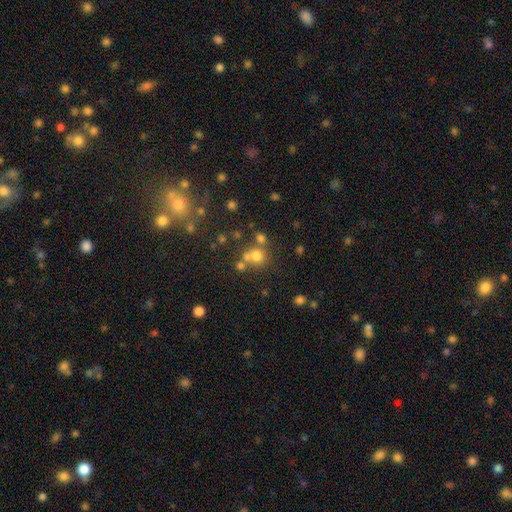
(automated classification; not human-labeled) Smooth or featured: smooth — 68% (star or artifact — 19%)
How rounded: round — 83% (in between — 16%)
Merging: none — 52% (merger — 32%)